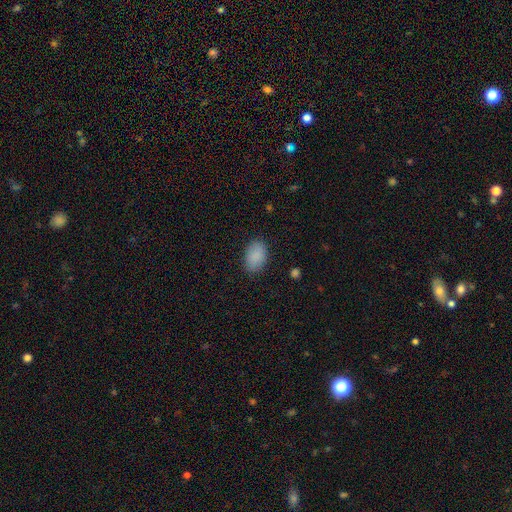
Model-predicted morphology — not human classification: smooth 89%, star or artifact 7%, featured or disk 4%. Down the decision tree: how rounded — in between (90%); merging — none (84%).